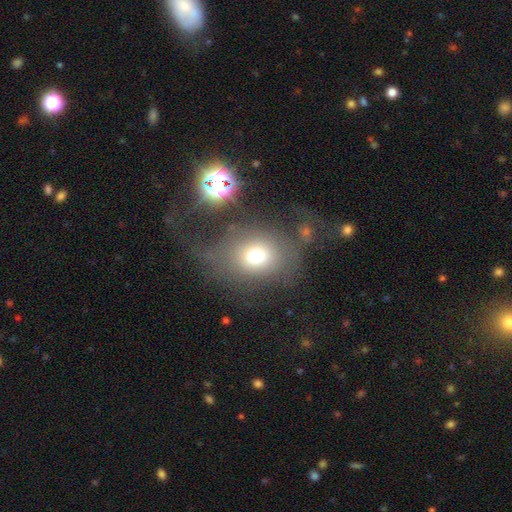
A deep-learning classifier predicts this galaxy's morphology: smooth 67%, featured or disk 17%, star or artifact 16%. Down the decision tree: how rounded — round (62%); merging — none (51%).